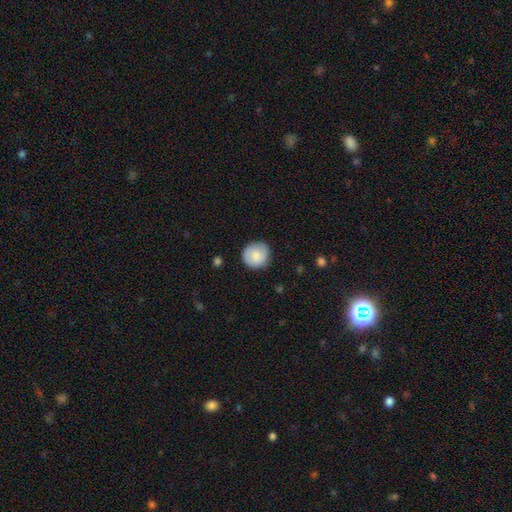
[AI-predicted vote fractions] smooth 75%, featured or disk 19%, star or artifact 7%. Down the decision tree: how rounded — round (91%); merging — none (83%).